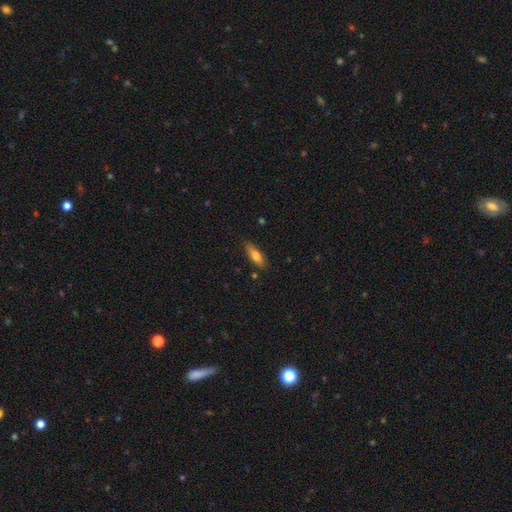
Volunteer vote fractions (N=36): smooth 72%, featured or disk 22%, star or artifact 6%. Down the decision tree: how rounded — in between (58%); merging — none (85%).